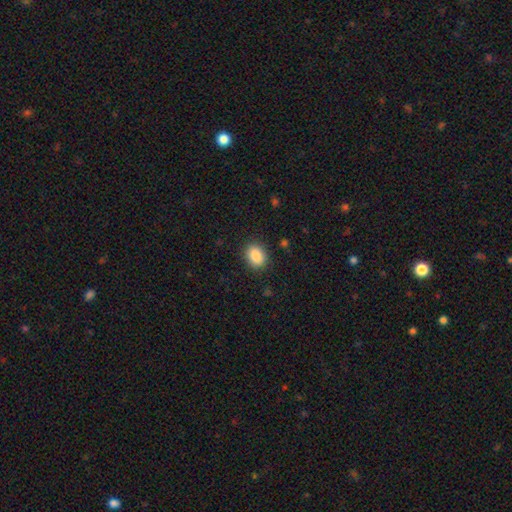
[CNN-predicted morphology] Overall: smooth (88%). How rounded: in between (64%; round 35%). Merging: none (88%).